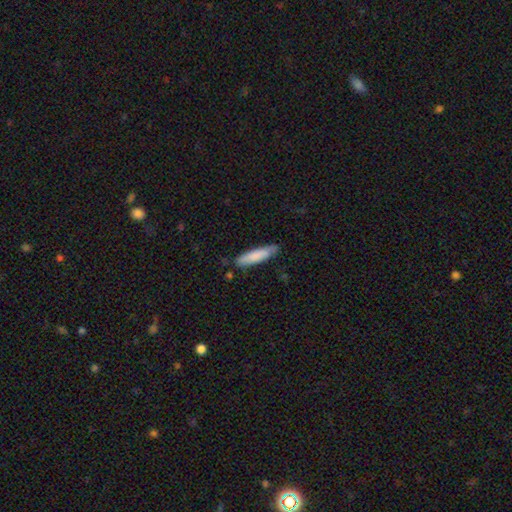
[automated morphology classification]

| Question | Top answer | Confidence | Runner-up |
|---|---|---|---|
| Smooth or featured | smooth | 81% | featured or disk (14%) |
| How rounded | cigar-shaped | 77% | in between (22%) |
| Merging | none | 78% | minor disturbance (17%) |